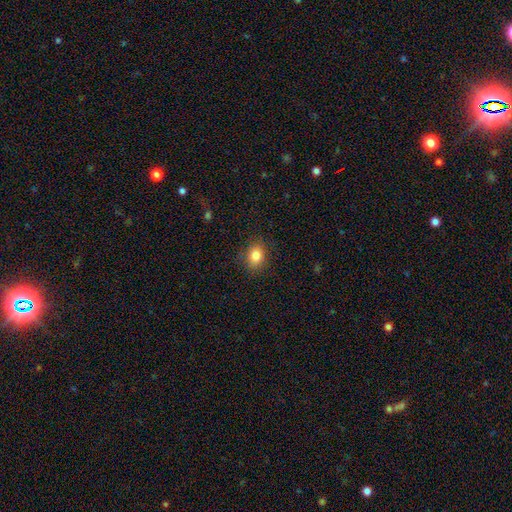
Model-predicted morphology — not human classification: smooth 83%, star or artifact 10%, featured or disk 7%. Down the decision tree: how rounded — in between (54%); merging — none (86%).